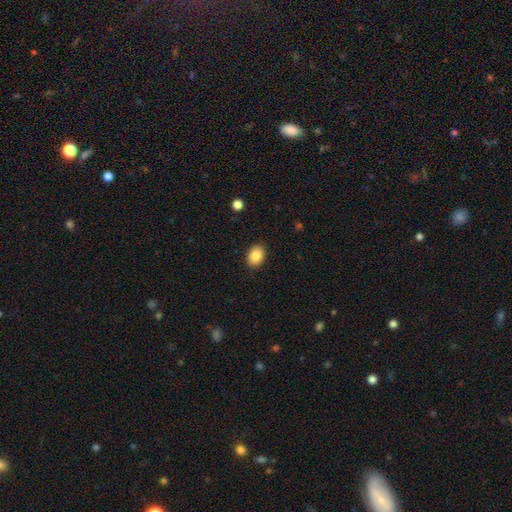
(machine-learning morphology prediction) Q: Smooth or featured?
A: smooth (86%); runner-up: star or artifact (8%)
Q: How rounded?
A: in between (75%); runner-up: round (24%)
Q: Merging?
A: none (90%); runner-up: minor disturbance (8%)